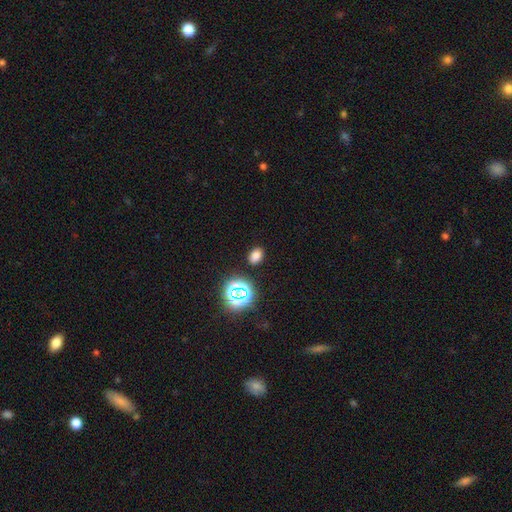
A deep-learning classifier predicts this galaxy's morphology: smooth-or-featured: smooth: 74% | star or artifact: 21% | featured or disk: 6%
  how-rounded: in between: 71% | round: 28% | cigar-shaped: 1%
  merging: none: 87% | minor disturbance: 8% | major disturbance: 3% | merger: 2%